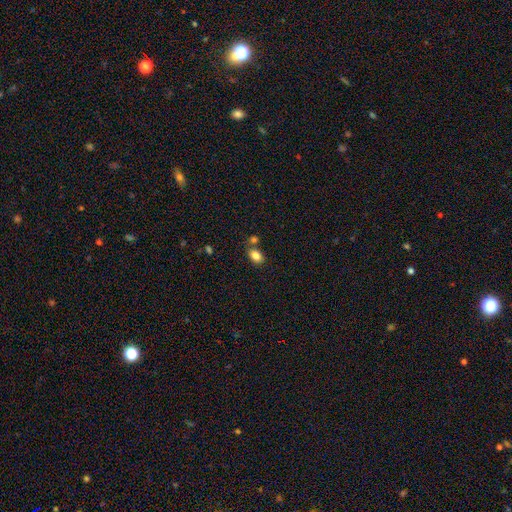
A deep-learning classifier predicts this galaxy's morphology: smooth 84%, star or artifact 10%, featured or disk 6%. Down the decision tree: how rounded — in between (79%); merging — none (67%).